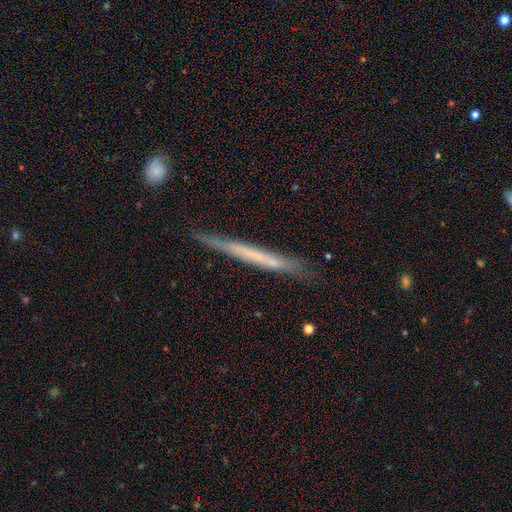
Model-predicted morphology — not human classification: A featured or disk galaxy (49%). Merging: none (83%).